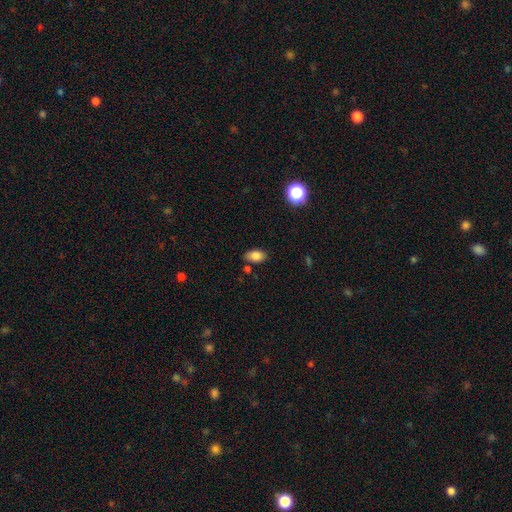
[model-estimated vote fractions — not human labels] smooth 84%, star or artifact 9%, featured or disk 7%. Down the decision tree: how rounded — in between (90%); merging — none (76%).